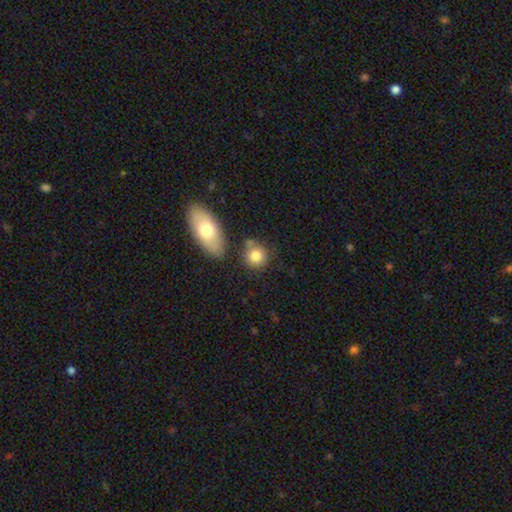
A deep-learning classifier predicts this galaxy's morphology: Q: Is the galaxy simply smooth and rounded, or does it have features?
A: smooth — 81%.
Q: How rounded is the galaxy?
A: round — 83%.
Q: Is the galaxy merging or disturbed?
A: none — 68%.